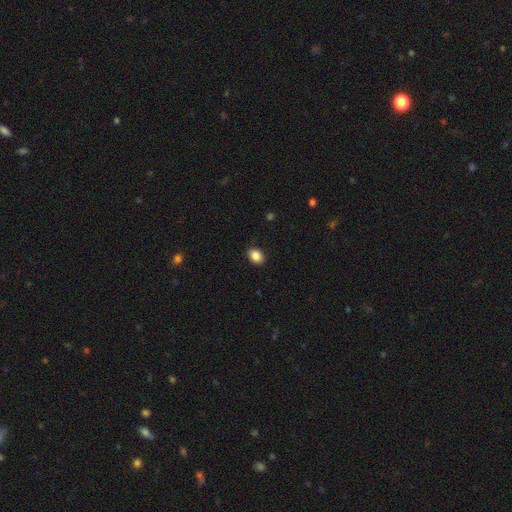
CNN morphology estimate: This appears to be a smooth galaxy with no disk features (88%) that is in between round and cigar-shaped (69%). Merging: none (89%).